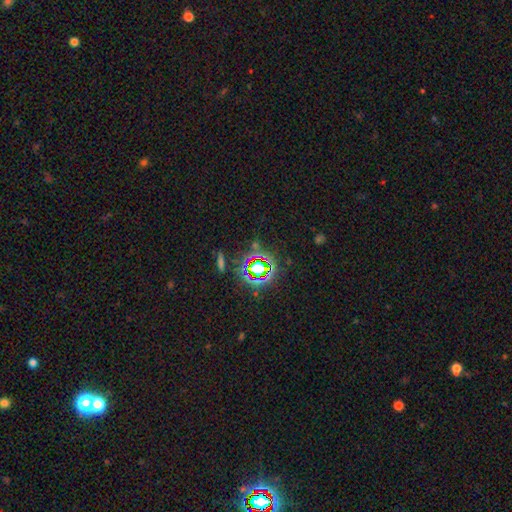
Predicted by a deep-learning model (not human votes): This is likely a star or artifact rather than a galaxy (76%).